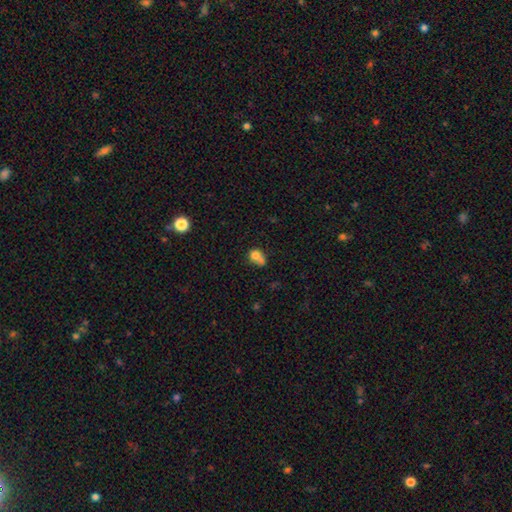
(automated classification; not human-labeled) Morphology: type=smooth (73%); roundness=round (56%); merging=merger (45%).